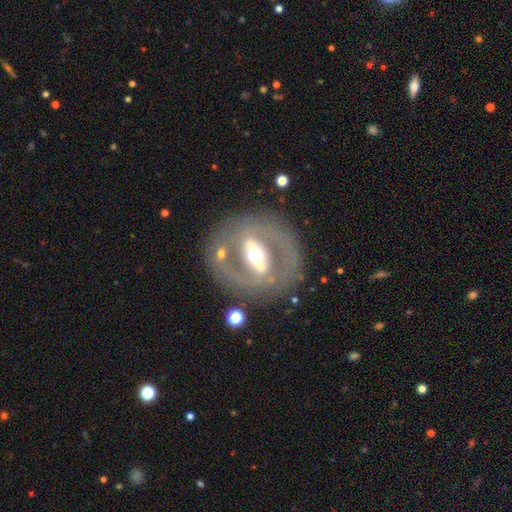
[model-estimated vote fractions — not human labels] Smooth or featured?
  - featured or disk: 77% *
  - smooth: 17%
  - star or artifact: 6%
Edge-on disk?
  - no: 87% *
  - yes: 13%
Bar?
  - strong: 65% *
  - weak: 22%
  - no: 13%
Spiral arms?
  - no: 65% *
  - yes: 35%
Bulge size?
  - moderate: 68% *
  - large: 16%
  - small: 13%
  - dominant: 2%
  - none: 1%
Merging?
  - none: 77% *
  - minor disturbance: 11%
  - major disturbance: 8%
  - merger: 4%